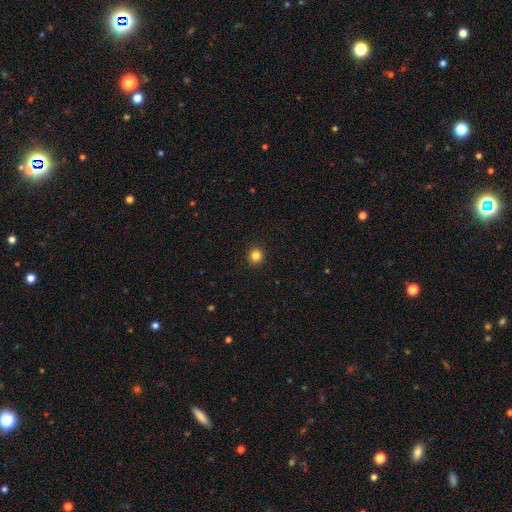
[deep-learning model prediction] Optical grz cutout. It shows a smooth galaxy with no disk features (83%) that is round (91%). Merging: none (93%).